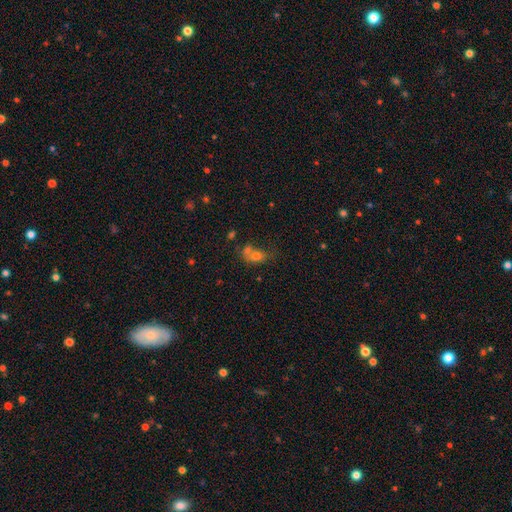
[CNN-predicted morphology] smooth 69%, featured or disk 17%, star or artifact 14%. Down the decision tree: how rounded — in between (60%); merging — merger (52%).